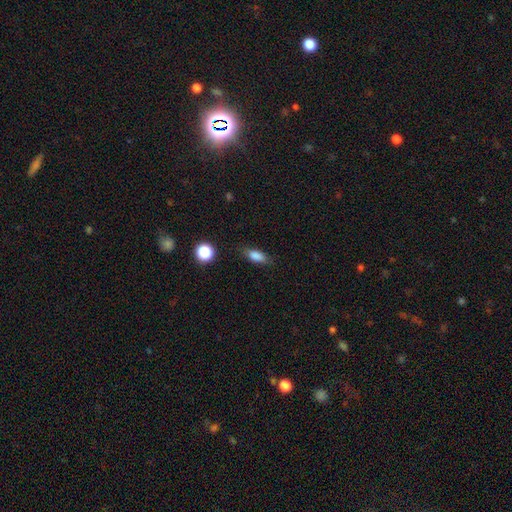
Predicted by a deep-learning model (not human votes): This appears to be a smooth galaxy with no disk features (82%) that is in between round and cigar-shaped (73%). Merging: none (78%).